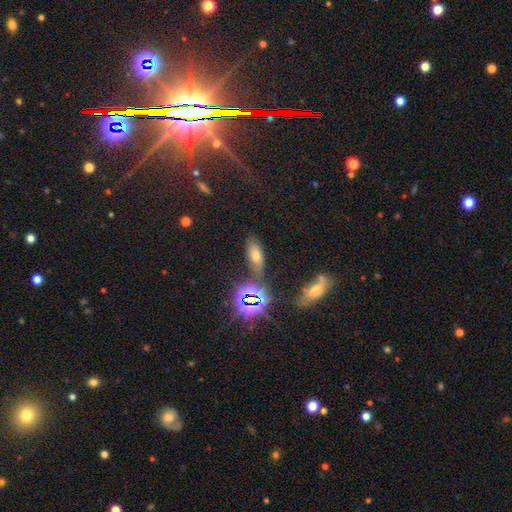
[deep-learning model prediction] Smooth or featured: smooth — 51% (star or artifact — 34%)
How rounded: in between — 79% (cigar-shaped — 14%)
Merging: none — 75% (minor disturbance — 14%)